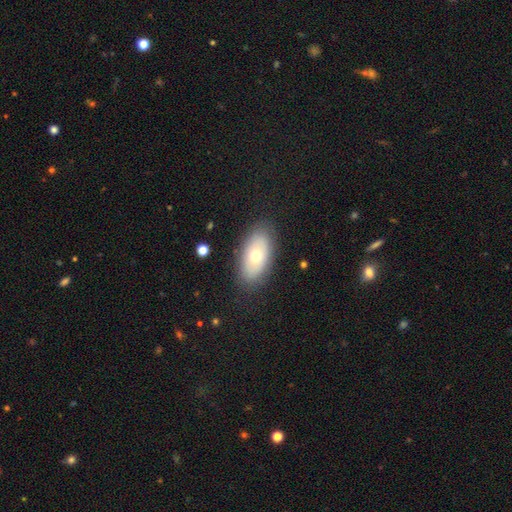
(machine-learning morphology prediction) A smooth galaxy with no disk features (59%) that is in between round and cigar-shaped (91%). Merging: none (84%).